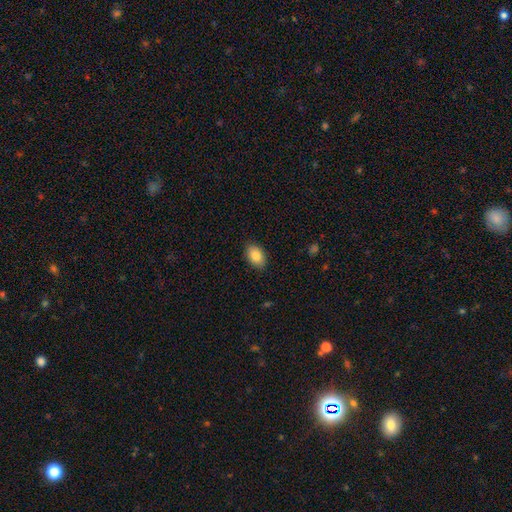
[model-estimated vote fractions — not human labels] smooth 86%, star or artifact 7%, featured or disk 7%. Down the decision tree: how rounded — in between (88%); merging — none (87%).